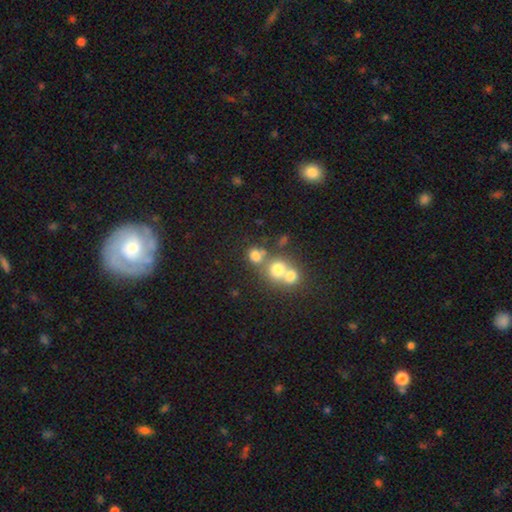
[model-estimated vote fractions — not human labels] Overall: smooth (73%). How rounded: round (76%). Merging: none (46%; merger 42%).